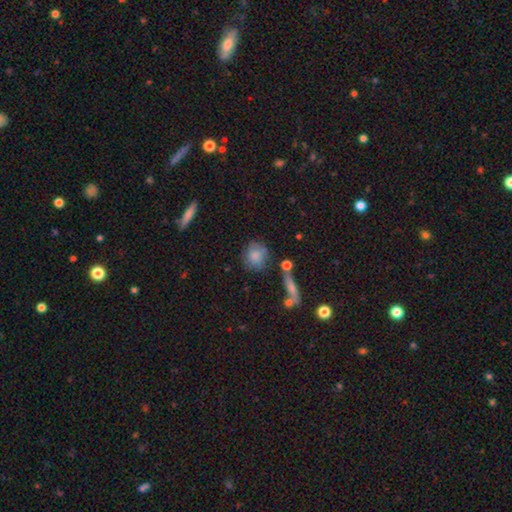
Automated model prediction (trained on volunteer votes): smooth-or-featured: smooth: 78% | featured or disk: 14% | star or artifact: 8%
  how-rounded: round: 74% | in between: 23% | cigar-shaped: 3%
  merging: none: 65% | minor disturbance: 19% | merger: 9% | major disturbance: 7%